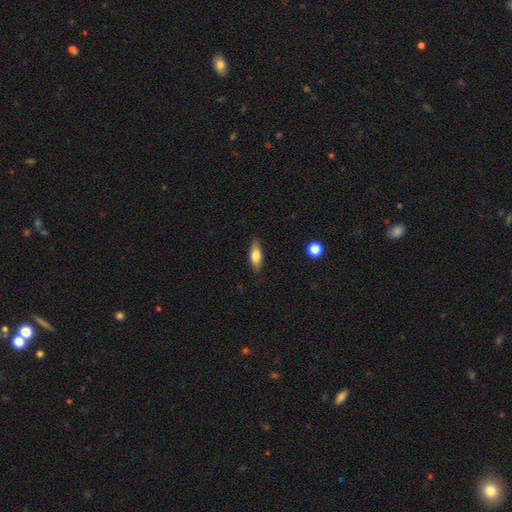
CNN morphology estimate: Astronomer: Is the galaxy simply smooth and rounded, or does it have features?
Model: smooth — 70%.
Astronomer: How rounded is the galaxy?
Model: in between — 64%.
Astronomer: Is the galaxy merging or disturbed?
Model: none — 85%.